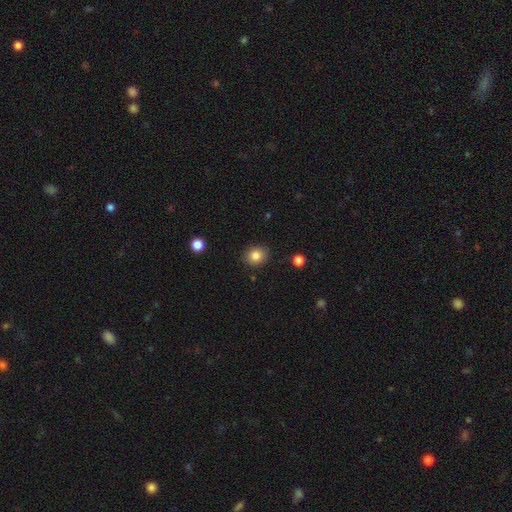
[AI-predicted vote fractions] A smooth galaxy with no disk features (85%) that is round (74%).

Vote fractions:
- Smooth or featured? smooth: 85% / star or artifact: 10% / featured or disk: 5%
- How rounded? round: 74% / in between: 25% / cigar-shaped: 1%
- Merging? none: 88% / minor disturbance: 8% / major disturbance: 2% / merger: 1%